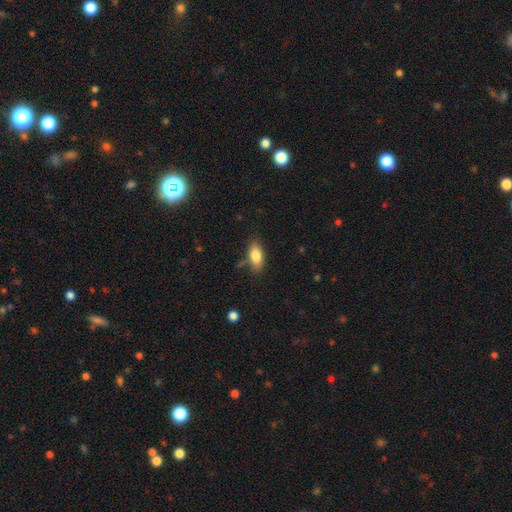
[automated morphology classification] smooth-or-featured: smooth: 81% | featured or disk: 12% | star or artifact: 7%
  how-rounded: in between: 86% | cigar-shaped: 9% | round: 4%
  merging: none: 76% | minor disturbance: 17% | major disturbance: 4% | merger: 3%